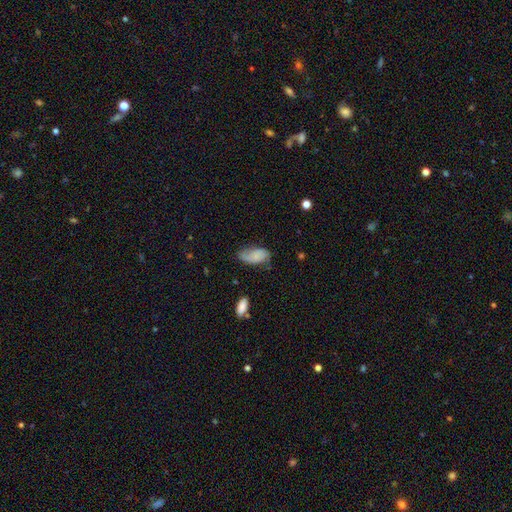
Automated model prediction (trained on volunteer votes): This is possibly a smooth galaxy (57%). How rounded: clearly in between (93%). Merging: possibly none (50%).